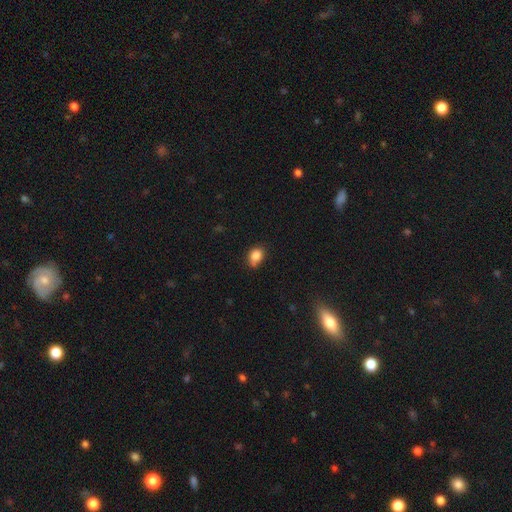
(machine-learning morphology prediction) Smooth or featured? Predicted: smooth (p=0.84). How rounded? Predicted: in between (p=0.55). Merging? Predicted: none (p=0.58).